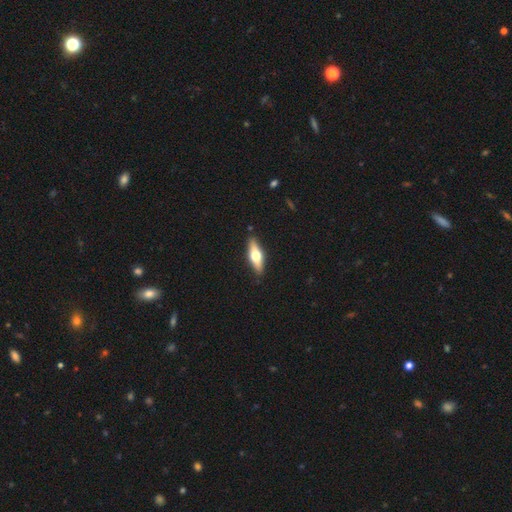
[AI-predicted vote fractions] This is possibly a featured or disk galaxy (53%). It is clearly viewed edge-on (91%). Merging: clearly none (89%).